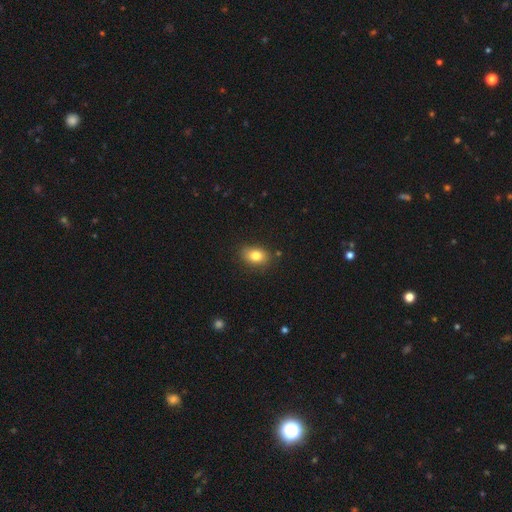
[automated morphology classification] Q: Smooth or featured?
A: smooth (82%); runner-up: star or artifact (9%)
Q: How rounded?
A: in between (80%); runner-up: round (19%)
Q: Merging?
A: none (82%); runner-up: minor disturbance (13%)